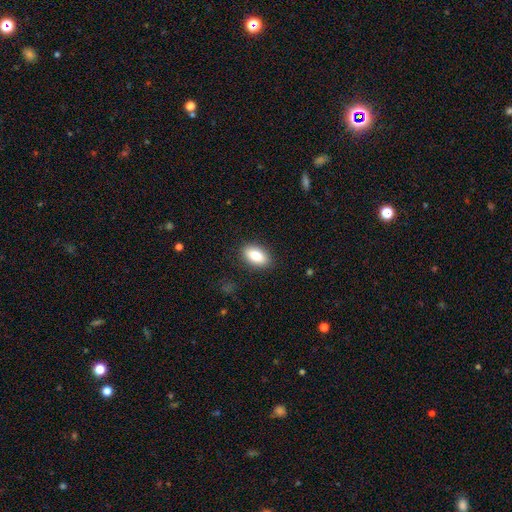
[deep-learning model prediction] This is clearly a smooth galaxy (84%). How rounded: clearly in between (91%). Merging: clearly none (88%).